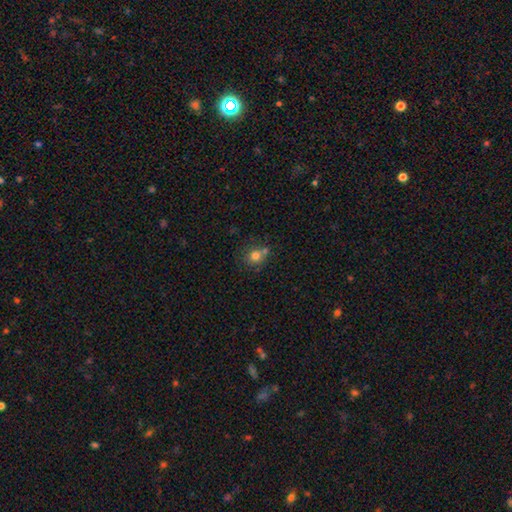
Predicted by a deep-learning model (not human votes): A smooth galaxy with no disk features (77%) that is round (83%). Merging: none (56%).